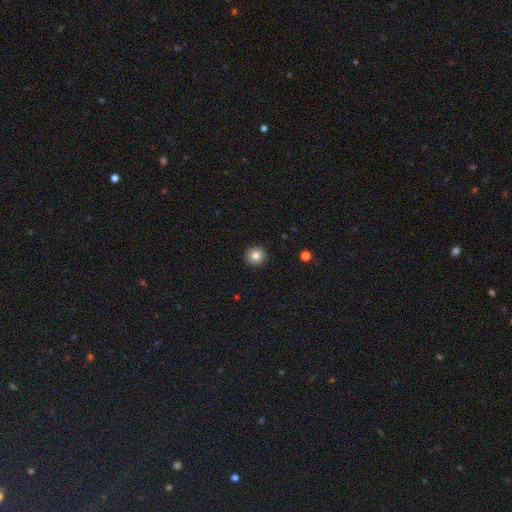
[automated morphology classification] A smooth galaxy with no disk features (83%) that is round (94%). Merging: none (93%).